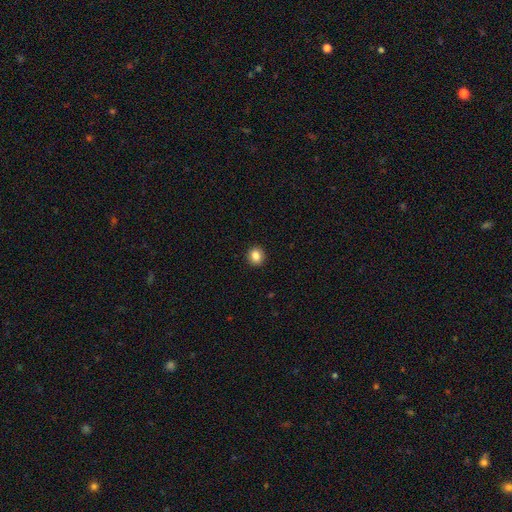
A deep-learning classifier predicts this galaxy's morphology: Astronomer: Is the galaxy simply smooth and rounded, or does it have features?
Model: smooth — 85%.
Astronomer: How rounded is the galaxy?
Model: round — 84%.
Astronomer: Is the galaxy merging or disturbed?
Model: none — 93%.